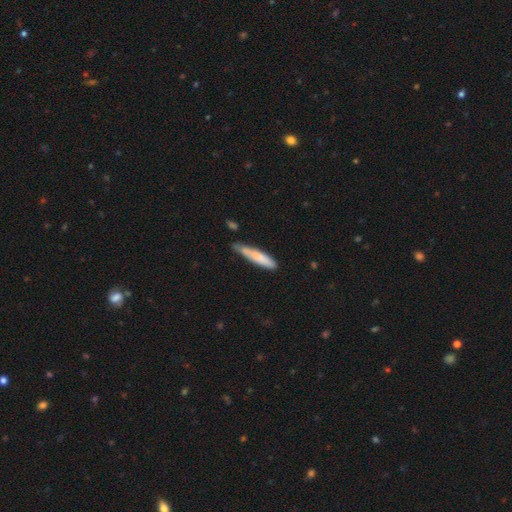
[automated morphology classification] Smooth or featured? Predicted: smooth (p=0.77). How rounded? Predicted: cigar-shaped (p=0.90). Merging? Predicted: none (p=0.61).